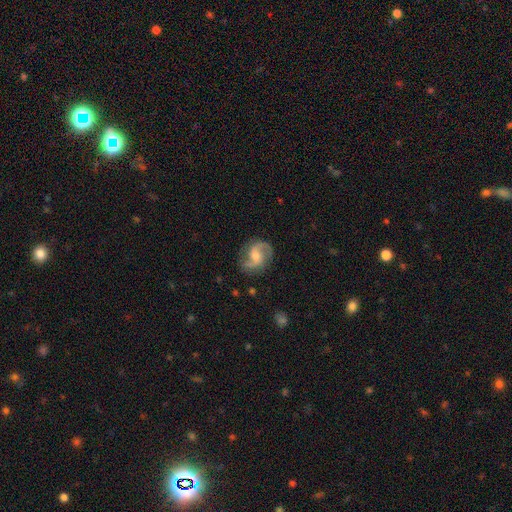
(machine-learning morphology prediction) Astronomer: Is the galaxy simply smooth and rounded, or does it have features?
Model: featured or disk — 85%.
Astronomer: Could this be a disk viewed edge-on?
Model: no — 98%.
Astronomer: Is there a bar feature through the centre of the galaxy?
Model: weak — 46% (runner-up: no, 42%).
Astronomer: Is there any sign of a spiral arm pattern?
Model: yes — 97%.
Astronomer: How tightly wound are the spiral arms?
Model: medium — 51% (runner-up: loose, 37%).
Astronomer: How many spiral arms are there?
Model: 2 — 91%.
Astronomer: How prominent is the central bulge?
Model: moderate — 52% (runner-up: small, 34%).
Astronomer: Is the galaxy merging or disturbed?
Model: none — 80%.